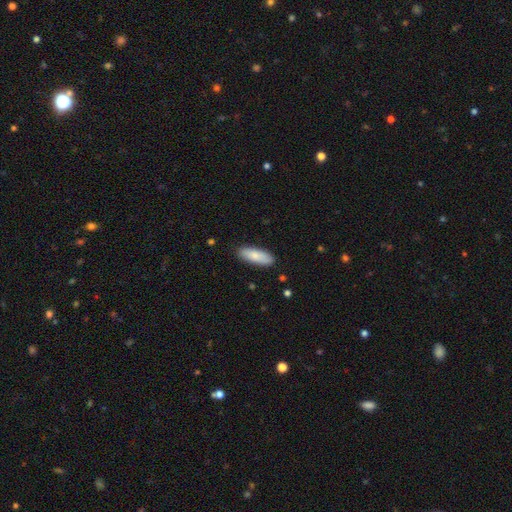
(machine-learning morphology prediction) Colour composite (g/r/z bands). It shows a smooth galaxy with no disk features (83%) that is in between round and cigar-shaped (65%). Merging: none (87%).